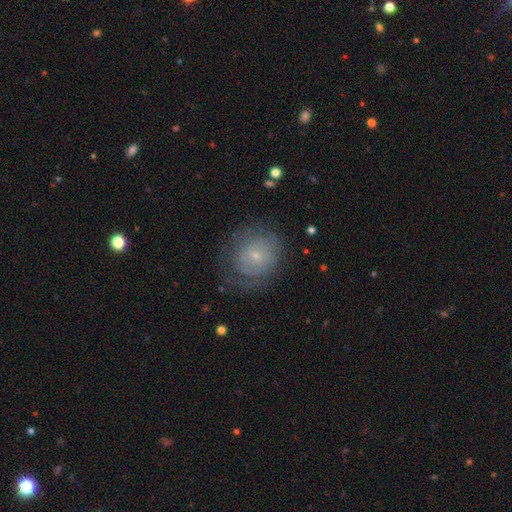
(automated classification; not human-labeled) Overall: featured or disk (48%; smooth 42%). Merging: none (62%).